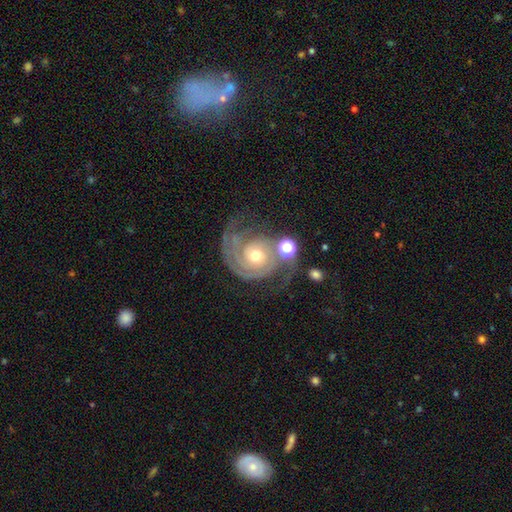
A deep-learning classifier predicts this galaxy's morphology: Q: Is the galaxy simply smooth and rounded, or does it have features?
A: featured or disk — 90%.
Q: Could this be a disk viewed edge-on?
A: no — 98%.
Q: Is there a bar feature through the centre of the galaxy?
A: no — 78%.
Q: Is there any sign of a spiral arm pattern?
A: yes — 98%.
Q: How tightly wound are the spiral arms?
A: tight — 70%.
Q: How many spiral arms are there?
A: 2 — 53%.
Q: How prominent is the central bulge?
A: moderate — 66%.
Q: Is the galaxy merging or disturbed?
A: none — 59%.